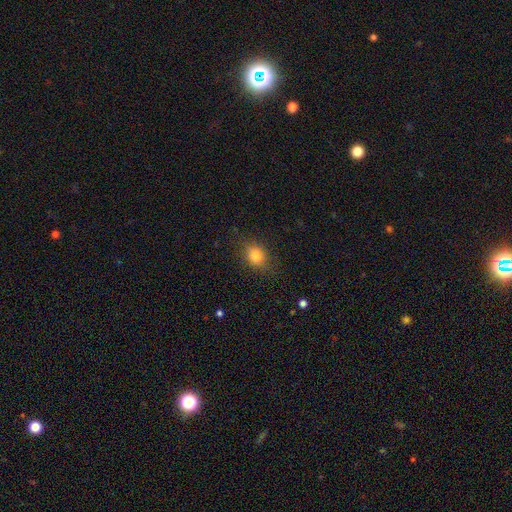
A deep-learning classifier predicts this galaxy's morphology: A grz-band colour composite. It shows a smooth galaxy with no disk features (81%) that is round (51%). Merging: none (81%).